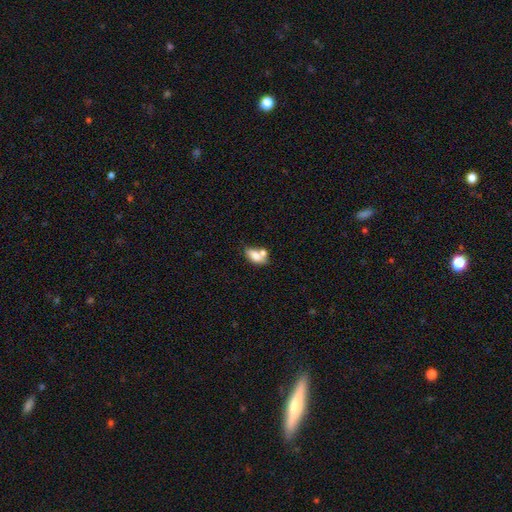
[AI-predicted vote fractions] The model was most divided on "merging": merger: 42%, none: 36%, minor disturbance: 15%, major disturbance: 7%. More confident: how rounded — in between (88%); smooth or featured — smooth (74%).